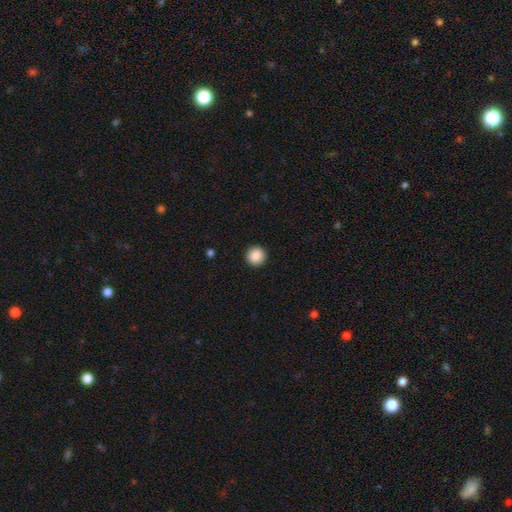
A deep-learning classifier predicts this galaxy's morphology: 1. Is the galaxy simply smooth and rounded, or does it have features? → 88% smooth, 9% star or artifact, 3% featured or disk.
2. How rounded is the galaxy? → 95% round, 4% in between, 1% cigar-shaped.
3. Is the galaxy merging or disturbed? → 93% none, 4% minor disturbance, 2% major disturbance, 1% merger.